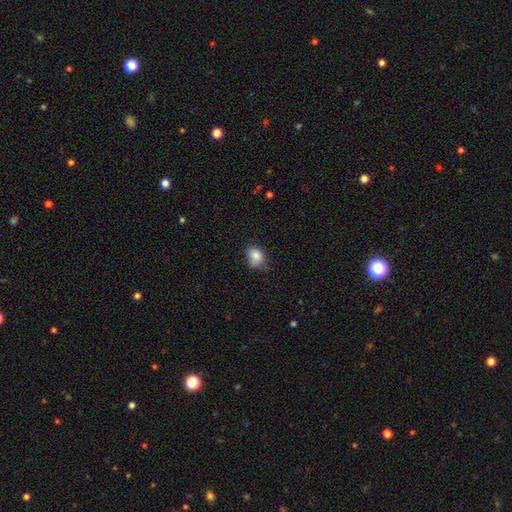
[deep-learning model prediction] Smooth or featured? Predicted: smooth (p=0.85). How rounded? Predicted: in between (p=0.51). Merging? Predicted: none (p=0.67).